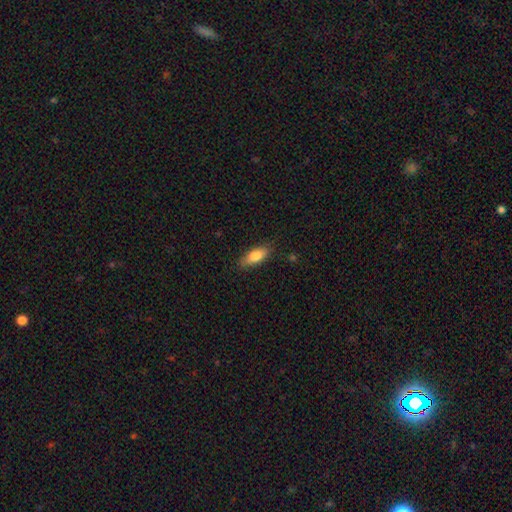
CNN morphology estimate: Overall: smooth (80%). How rounded: in between (73%). Merging: none (82%).